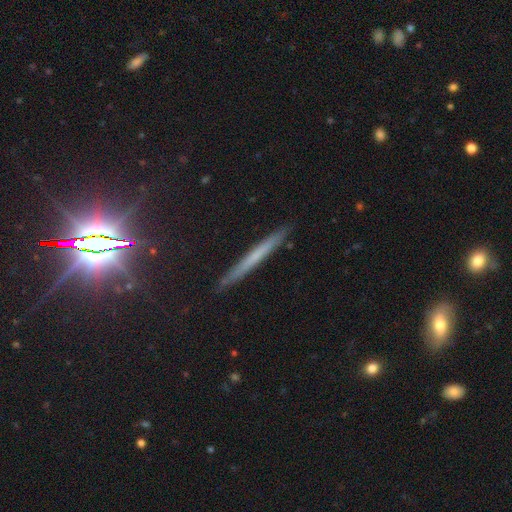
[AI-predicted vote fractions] Q: Smooth or featured?
A: featured or disk (45%); runner-up: smooth (44%)
Q: Merging?
A: none (90%); runner-up: minor disturbance (8%)